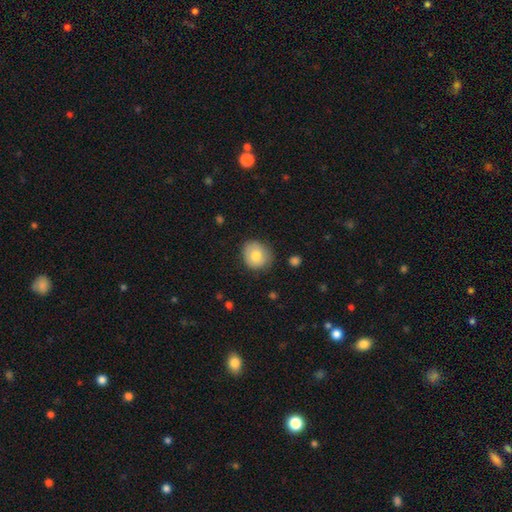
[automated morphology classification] smooth_or_featured: smooth (p=0.76) [alt: featured or disk p=0.17]
how_rounded: round (p=0.78) [alt: in between p=0.21]
merging: none (p=0.77) [alt: minor disturbance p=0.18]